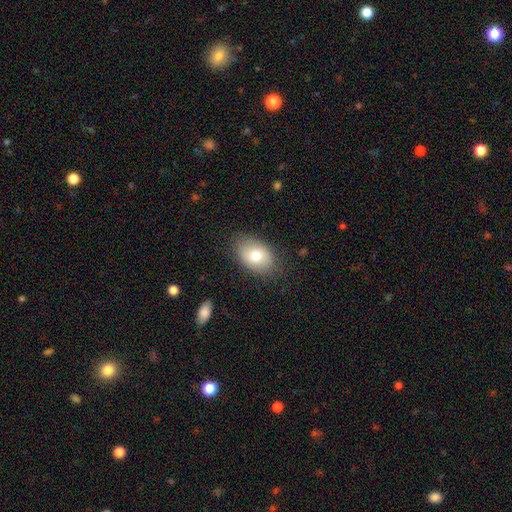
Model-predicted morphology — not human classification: smooth_or_featured: smooth (p=0.77) [alt: featured or disk p=0.16]
how_rounded: in between (p=0.85) [alt: round p=0.13]
merging: none (p=0.81) [alt: minor disturbance p=0.14]